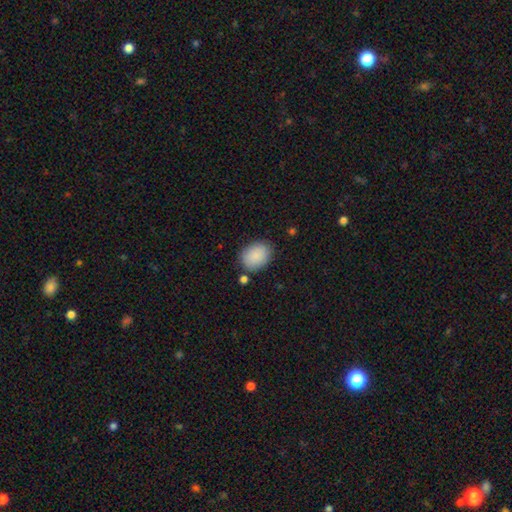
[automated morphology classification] A smooth galaxy with no disk features (88%) that is in between round and cigar-shaped (65%).

Vote fractions:
- Smooth or featured? smooth: 88% / star or artifact: 7% / featured or disk: 5%
- How rounded? in between: 65% / round: 34% / cigar-shaped: 1%
- Merging? none: 80% / minor disturbance: 13% / merger: 4% / major disturbance: 3%